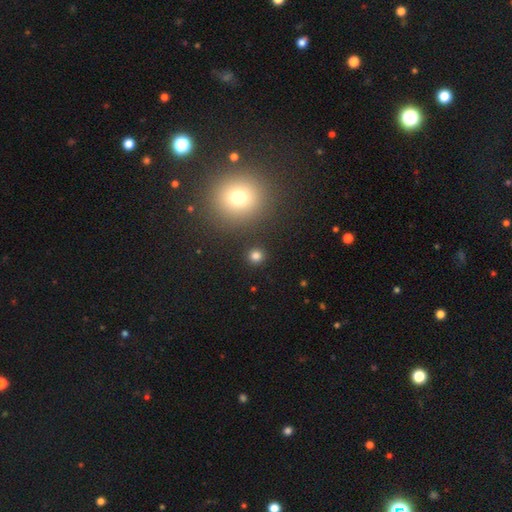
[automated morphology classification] Smooth or featured: smooth — 80% (star or artifact — 16%)
How rounded: round — 92% (in between — 7%)
Merging: none — 89% (minor disturbance — 5%)